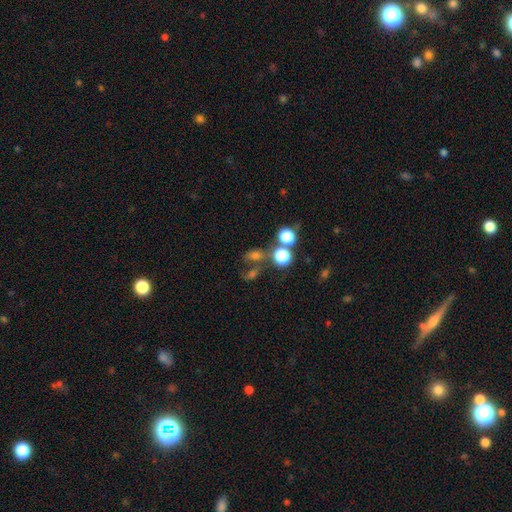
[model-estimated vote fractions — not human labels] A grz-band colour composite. It shows a smooth galaxy with no disk features (55%) that is round (49%). Merging: none (50%).